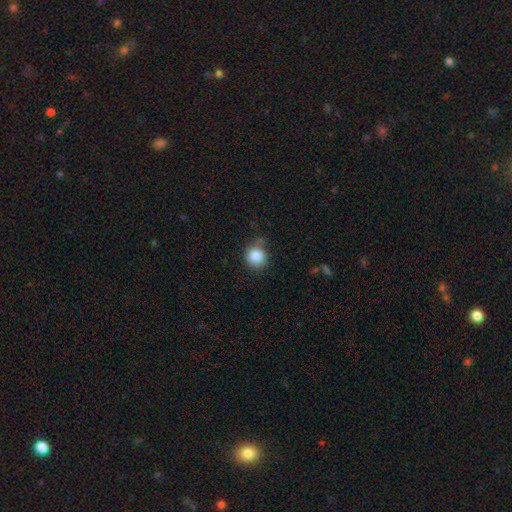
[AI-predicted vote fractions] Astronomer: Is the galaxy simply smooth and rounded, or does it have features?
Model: smooth — 86%.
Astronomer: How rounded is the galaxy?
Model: round — 87%.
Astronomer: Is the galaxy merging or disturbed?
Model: none — 60%.